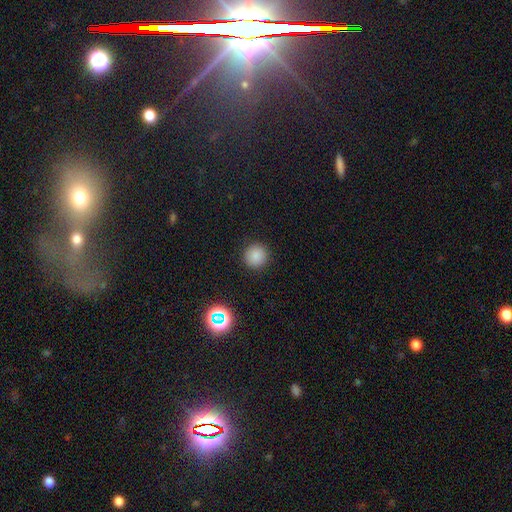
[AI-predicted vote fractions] Smooth or featured: smooth — 84% (star or artifact — 12%)
How rounded: round — 95% (in between — 4%)
Merging: none — 92% (minor disturbance — 5%)